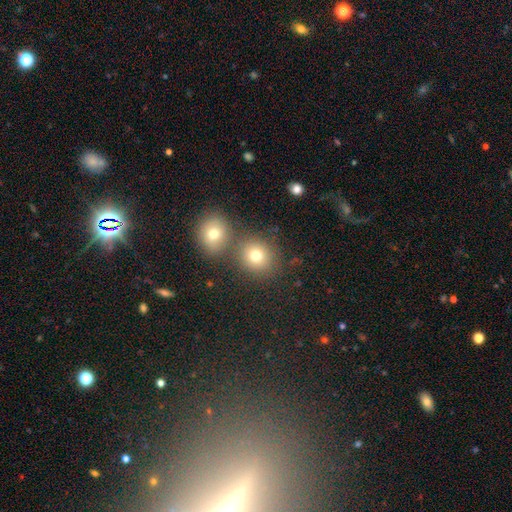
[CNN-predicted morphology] Smooth or featured: smooth — 77% (star or artifact — 14%)
How rounded: round — 83% (in between — 16%)
Merging: none — 68% (merger — 21%)